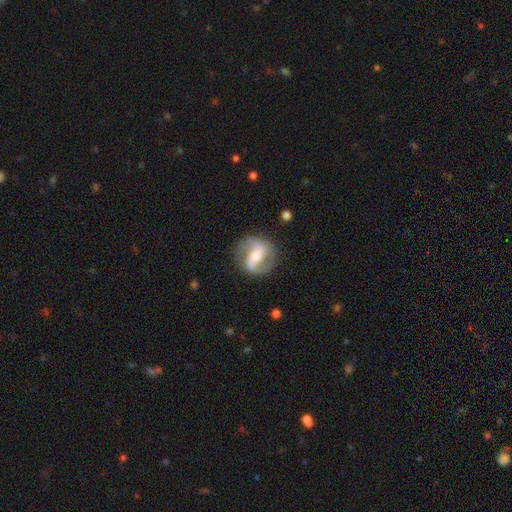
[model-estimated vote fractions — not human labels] Smooth or featured? Predicted: featured or disk (p=0.83). Edge-on disk? Predicted: no (p=0.96). Bar? Predicted: strong (p=0.52). Spiral arms? Predicted: yes (p=0.90). Spiral winding? Predicted: medium (p=0.46). Spiral arm count? Predicted: 2 (p=0.90). Bulge size? Predicted: moderate (p=0.55). Merging? Predicted: none (p=0.82).